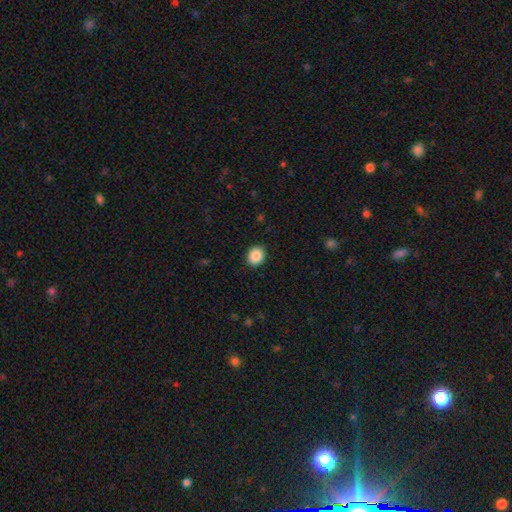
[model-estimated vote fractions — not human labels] smooth-or-featured: smooth: 88% | star or artifact: 8% | featured or disk: 3%
  how-rounded: round: 72% | in between: 28% | cigar-shaped: 1%
  merging: none: 91% | minor disturbance: 6% | major disturbance: 2% | merger: 1%